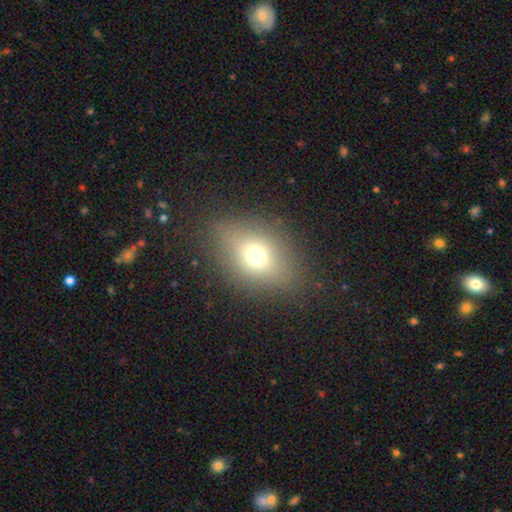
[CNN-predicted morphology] The model was most divided on "how rounded": in between: 62%, round: 35%, cigar-shaped: 2%. More confident: merging — none (81%); smooth or featured — smooth (67%).